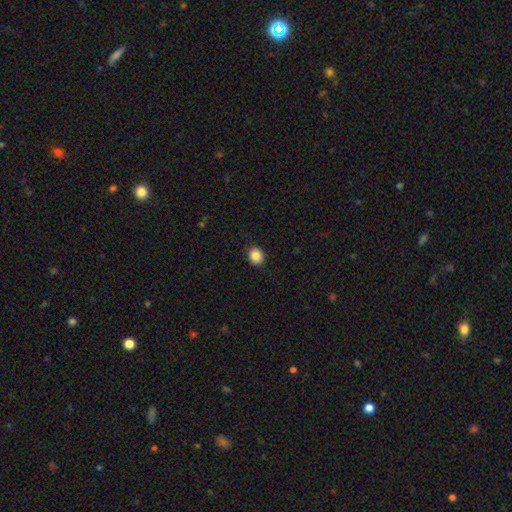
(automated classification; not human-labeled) smooth 87%, star or artifact 10%, featured or disk 3%. Down the decision tree: how rounded — round (73%); merging — none (90%).